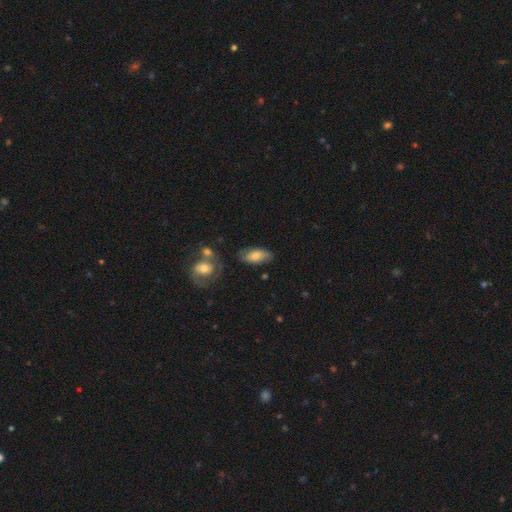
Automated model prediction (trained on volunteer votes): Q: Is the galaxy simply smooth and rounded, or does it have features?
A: smooth — 67%.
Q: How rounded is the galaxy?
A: in between — 89%.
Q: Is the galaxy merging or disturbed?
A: none — 69%.